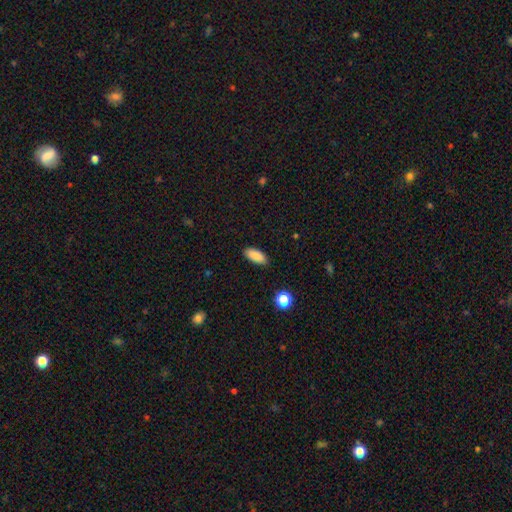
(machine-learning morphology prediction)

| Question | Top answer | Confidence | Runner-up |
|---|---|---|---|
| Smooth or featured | smooth | 88% | star or artifact (8%) |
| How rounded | in between | 87% | cigar-shaped (11%) |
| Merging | none | 87% | minor disturbance (10%) |